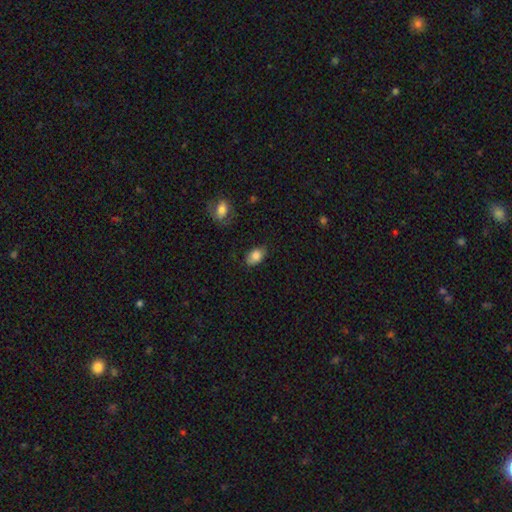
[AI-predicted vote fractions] Smooth or featured? smooth (84%)
How rounded? in between (87%)
Merging? none (79%)